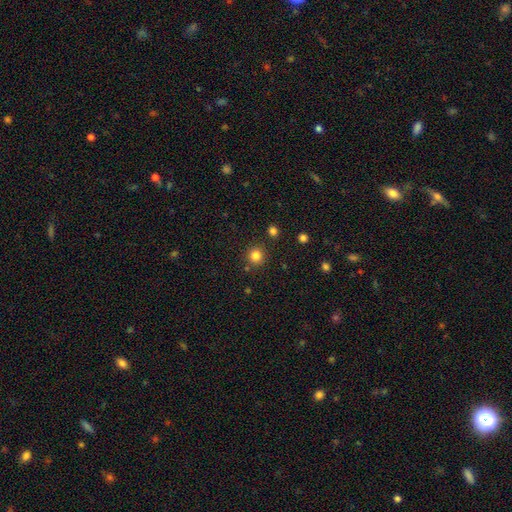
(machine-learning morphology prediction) This appears to be a smooth galaxy with no disk features (82%) that is round (93%). Merging: none (87%).